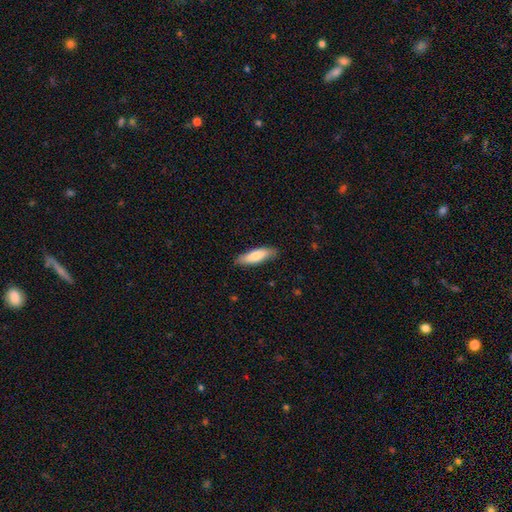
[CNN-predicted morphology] Smooth or featured: smooth — 81% (featured or disk — 14%)
How rounded: cigar-shaped — 57% (in between — 41%)
Merging: none — 85% (minor disturbance — 12%)